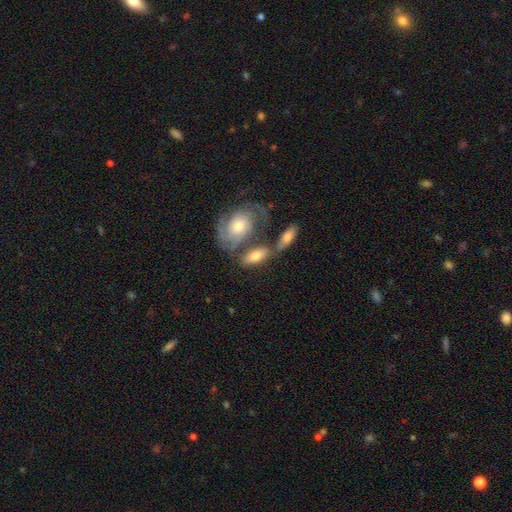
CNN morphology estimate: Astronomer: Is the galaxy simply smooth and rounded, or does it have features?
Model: smooth — 55% (runner-up: featured or disk, 38%).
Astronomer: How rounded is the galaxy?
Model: in between — 81%.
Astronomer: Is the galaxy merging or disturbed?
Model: none — 42% (runner-up: merger, 33%).